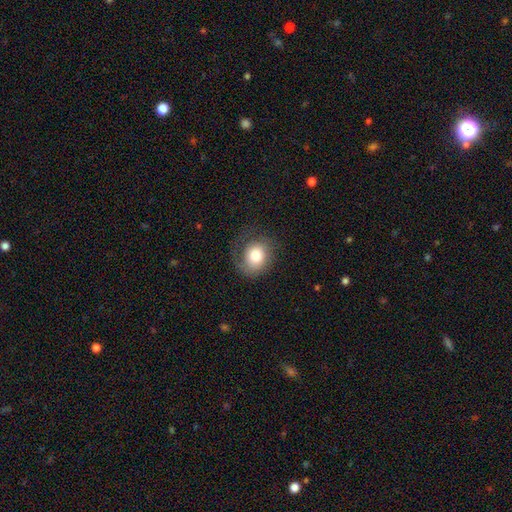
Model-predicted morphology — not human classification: Overall: smooth (71%). How rounded: round (70%). Merging: none (60%; minor disturbance 21%).